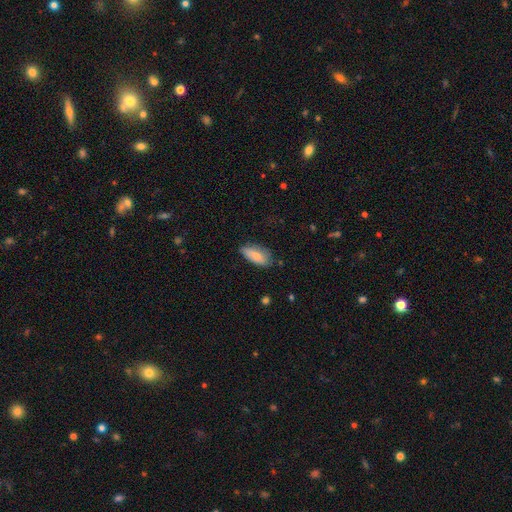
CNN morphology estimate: This appears to be a smooth galaxy with no disk features (77%) that is in between round and cigar-shaped (86%). Merging: none (69%).